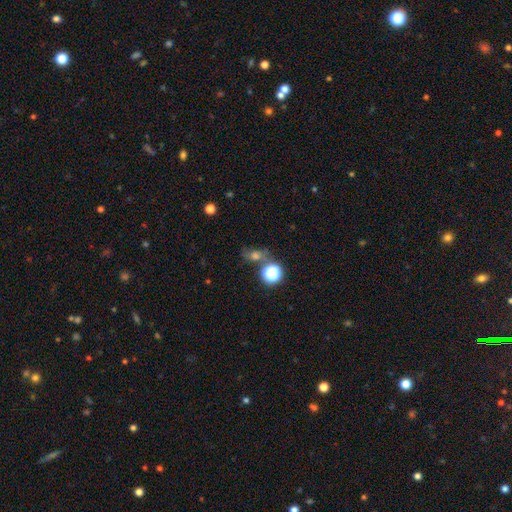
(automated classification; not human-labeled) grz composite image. It shows a smooth galaxy with no disk features (42%). Merging: none (63%).